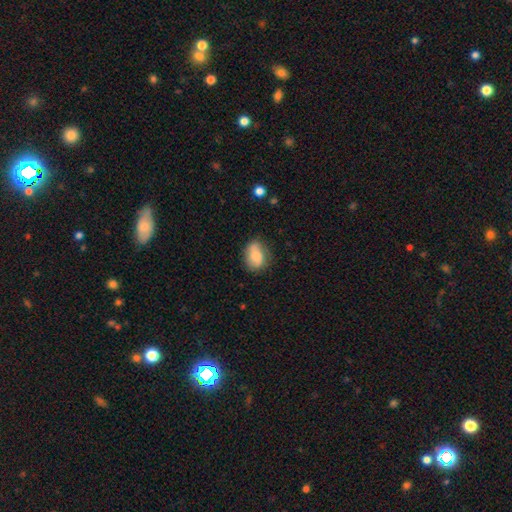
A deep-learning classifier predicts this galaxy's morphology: type=smooth (72%); roundness=in between (71%); merging=none (67%).